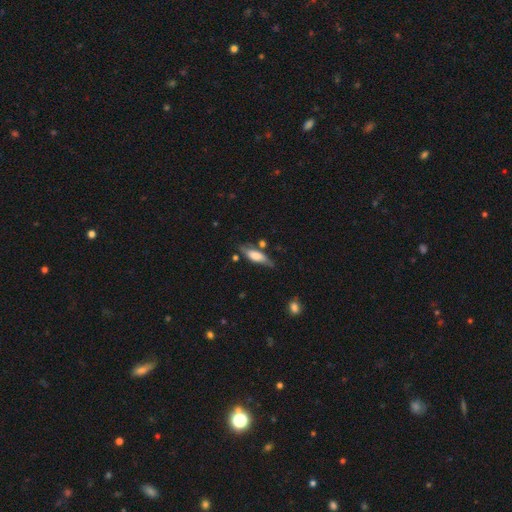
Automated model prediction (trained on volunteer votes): A smooth galaxy with no disk features (62%) that is in between round and cigar-shaped (57%). Merging: none (59%).